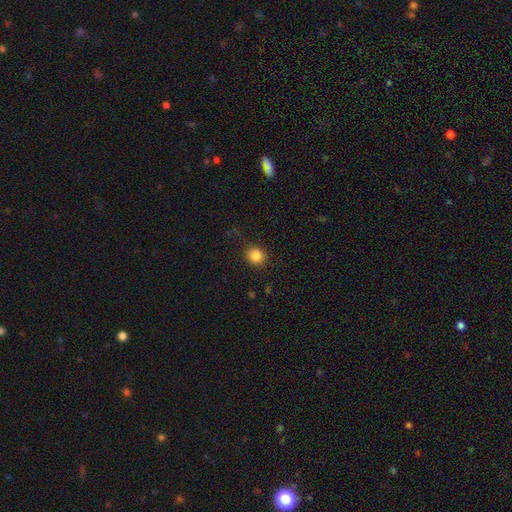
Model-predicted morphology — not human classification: Smooth or featured?
  - smooth: 85% *
  - star or artifact: 11%
  - featured or disk: 4%
How rounded?
  - round: 85% *
  - in between: 14%
  - cigar-shaped: 1%
Merging?
  - none: 87% *
  - minor disturbance: 9%
  - major disturbance: 3%
  - merger: 1%